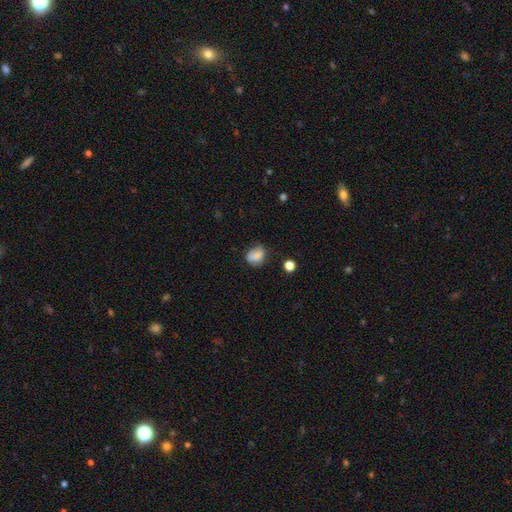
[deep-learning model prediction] smooth-or-featured: smooth: 77% | featured or disk: 12% | star or artifact: 11%
  how-rounded: in between: 51% | round: 47% | cigar-shaped: 1%
  merging: none: 55% | minor disturbance: 29% | major disturbance: 12% | merger: 4%